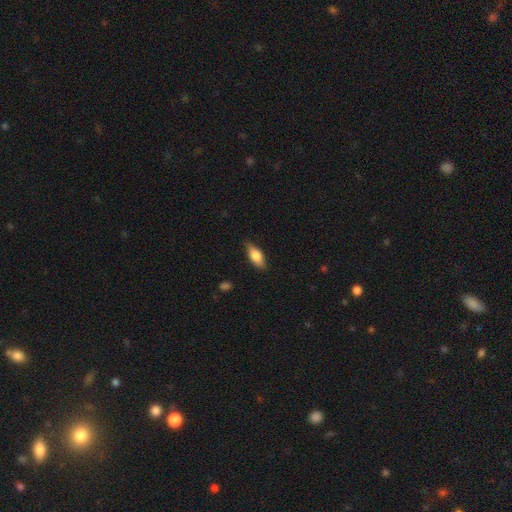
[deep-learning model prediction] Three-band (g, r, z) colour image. It shows a smooth galaxy with no disk features (73%) that is in between round and cigar-shaped (77%). Merging: none (80%).